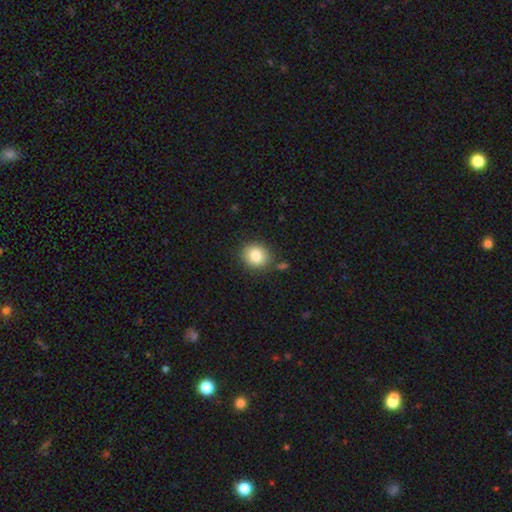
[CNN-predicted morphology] Overall: smooth (85%). How rounded: round (82%). Merging: none (84%).